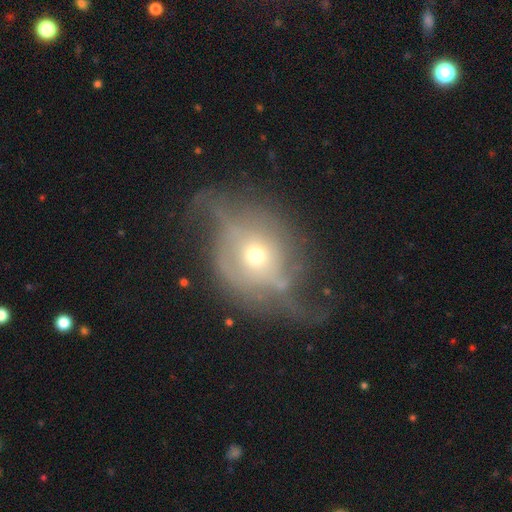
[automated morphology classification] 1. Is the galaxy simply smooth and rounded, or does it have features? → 56% featured or disk, 33% smooth, 11% star or artifact.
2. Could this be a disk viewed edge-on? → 89% no, 11% yes.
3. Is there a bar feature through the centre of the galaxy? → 81% no, 14% weak, 6% strong.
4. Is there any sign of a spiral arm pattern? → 57% no, 43% yes.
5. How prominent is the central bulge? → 53% small, 40% moderate, 4% large, 2% dominant, 1% none.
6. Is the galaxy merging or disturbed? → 47% major disturbance, 28% none, 21% minor disturbance, 4% merger.